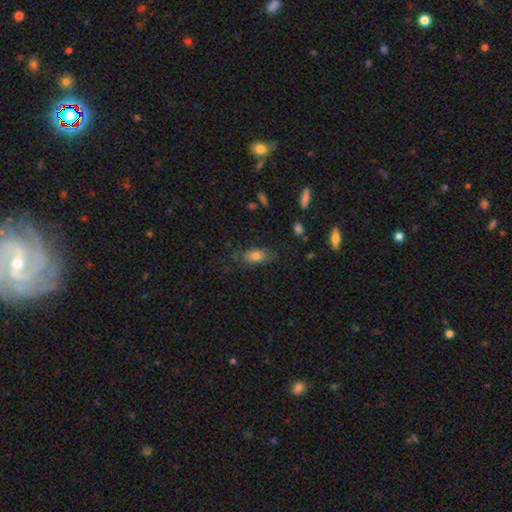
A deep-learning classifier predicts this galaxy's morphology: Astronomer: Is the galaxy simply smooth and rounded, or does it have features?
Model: smooth — 70%.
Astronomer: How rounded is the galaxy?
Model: in between — 82%.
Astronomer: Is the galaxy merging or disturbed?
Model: none — 65%.